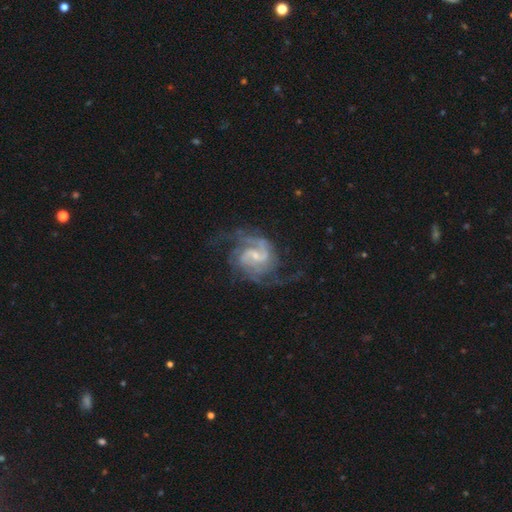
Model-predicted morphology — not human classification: featured or disk 91%, star or artifact 5%, smooth 4%. Down the decision tree: edge-on disk — no (98%); bar — weak (55%); spiral arms — yes (98%); spiral arm count — 2 (62%); spiral winding — medium (51%); bulge size — small (64%); merging — none (63%).